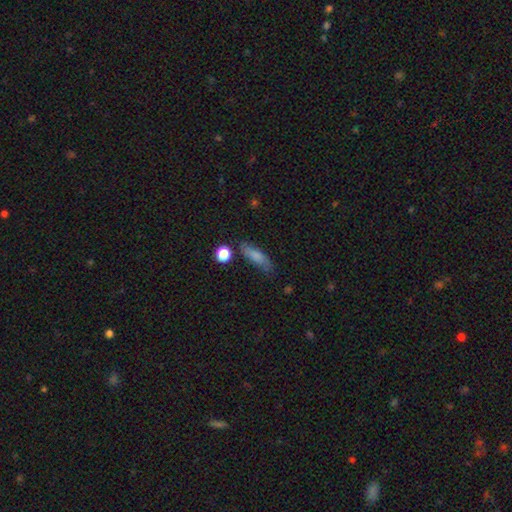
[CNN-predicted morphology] smooth-or-featured: smooth: 76% | featured or disk: 15% | star or artifact: 9%
  how-rounded: cigar-shaped: 48% | in between: 47% | round: 4%
  merging: none: 70% | minor disturbance: 20% | major disturbance: 6% | merger: 4%